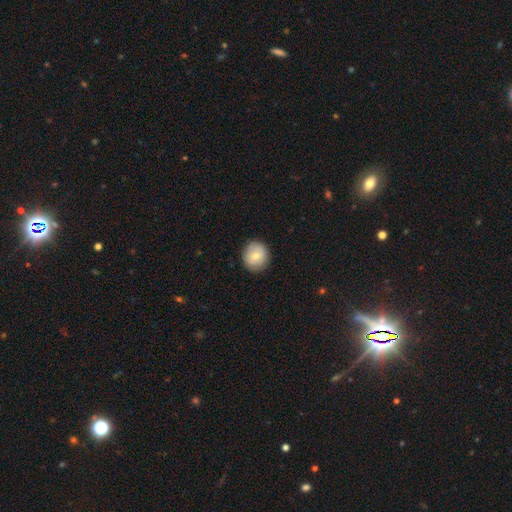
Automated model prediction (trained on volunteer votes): smooth_or_featured: smooth (p=0.70) [alt: featured or disk p=0.22]
how_rounded: round (p=0.87) [alt: in between p=0.12]
merging: none (p=0.89) [alt: minor disturbance p=0.08]